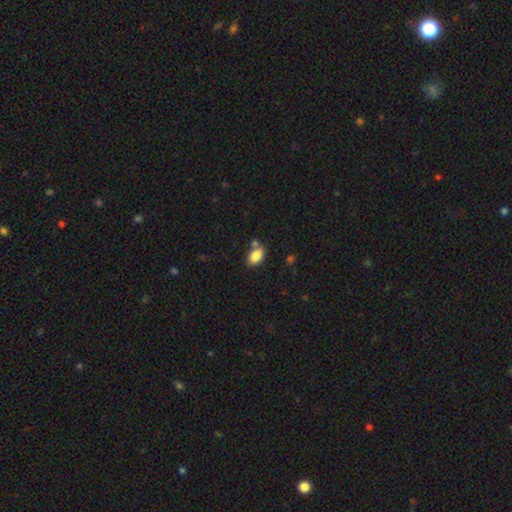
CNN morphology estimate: The model was most divided on "merging": none: 64%, merger: 17%, minor disturbance: 16%, major disturbance: 4%. More confident: how rounded — in between (91%); smooth or featured — smooth (85%).